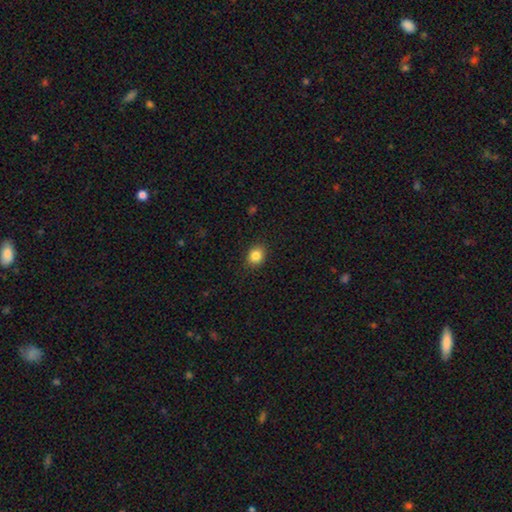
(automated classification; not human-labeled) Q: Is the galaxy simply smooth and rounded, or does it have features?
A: smooth — 85%.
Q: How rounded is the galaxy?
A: round — 56%.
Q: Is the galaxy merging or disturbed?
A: none — 89%.